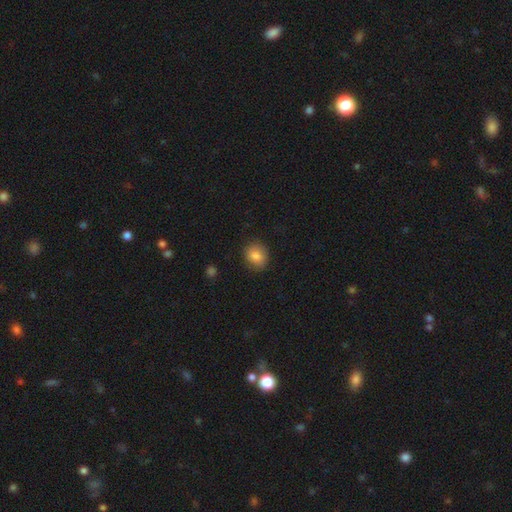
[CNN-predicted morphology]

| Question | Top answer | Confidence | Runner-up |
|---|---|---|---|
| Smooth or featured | smooth | 83% | star or artifact (9%) |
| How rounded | round | 69% | in between (30%) |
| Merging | none | 86% | minor disturbance (10%) |